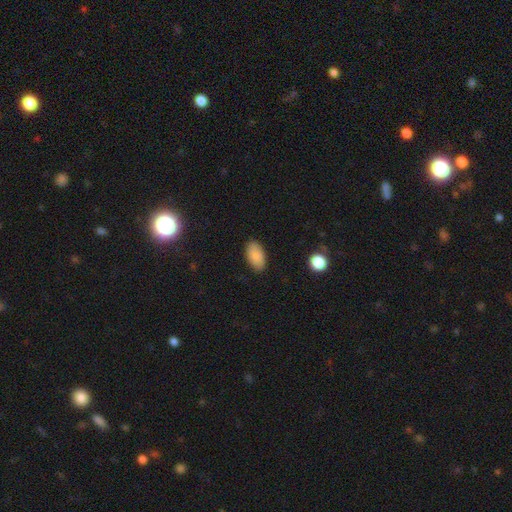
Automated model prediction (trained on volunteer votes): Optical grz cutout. It shows a smooth galaxy with no disk features (87%) that is in between round and cigar-shaped (94%). Merging: none (85%).